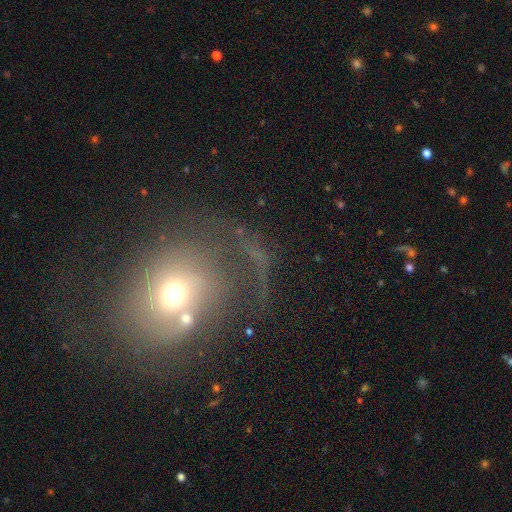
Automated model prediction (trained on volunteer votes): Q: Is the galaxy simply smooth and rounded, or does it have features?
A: smooth — 44%.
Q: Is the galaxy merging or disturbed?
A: none — 39%.